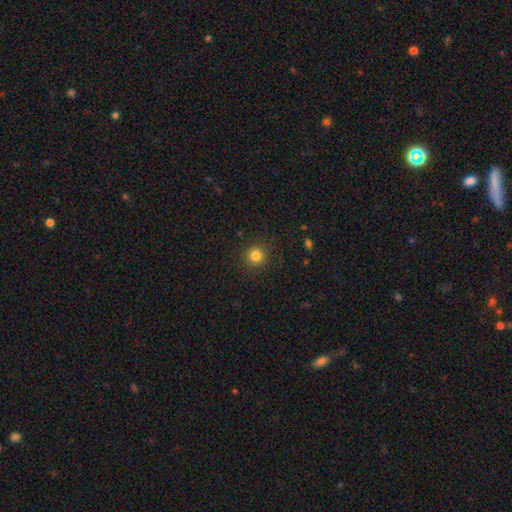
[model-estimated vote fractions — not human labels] smooth-or-featured: smooth: 83% | star or artifact: 12% | featured or disk: 5%
  how-rounded: round: 93% | in between: 6% | cigar-shaped: 1%
  merging: none: 90% | minor disturbance: 7% | major disturbance: 3% | merger: 1%